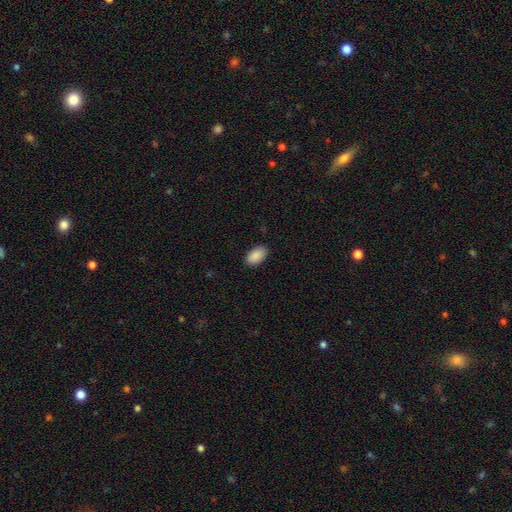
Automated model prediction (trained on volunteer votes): This is clearly a smooth galaxy (90%). How rounded: clearly in between (95%). Merging: clearly none (88%).